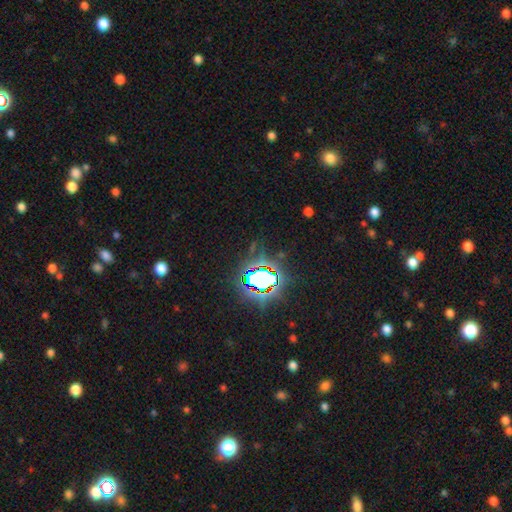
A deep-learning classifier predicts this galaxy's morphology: star or artifact 80%, smooth 12%, featured or disk 8%.